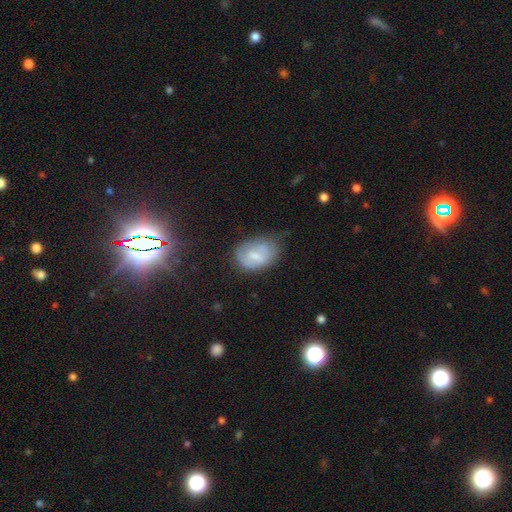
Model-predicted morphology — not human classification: The model was most divided on "merging": none: 49%, minor disturbance: 36%, major disturbance: 12%, merger: 3%. More confident: how rounded — in between (85%); smooth or featured — smooth (55%).